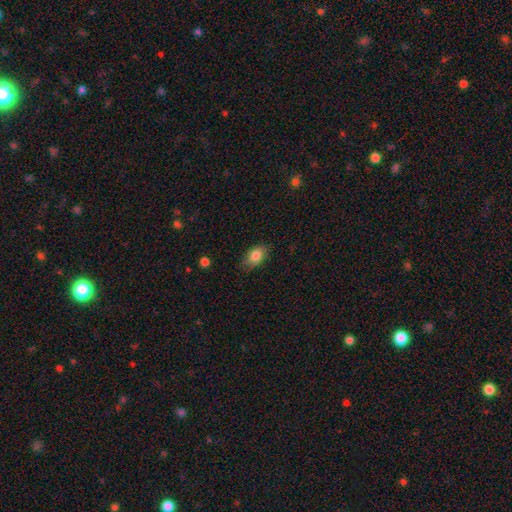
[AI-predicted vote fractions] smooth 82%, featured or disk 11%, star or artifact 8%. Down the decision tree: how rounded — in between (87%); merging — none (78%).